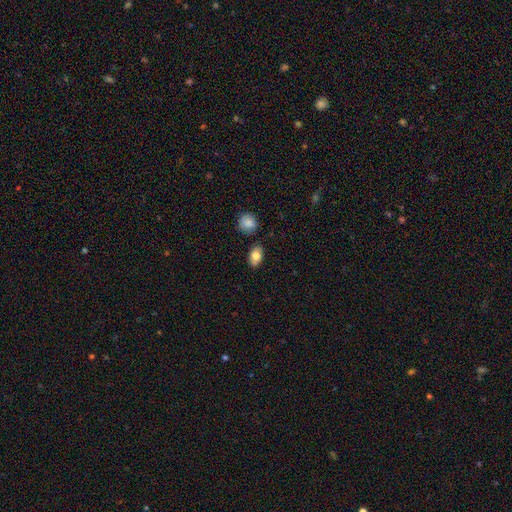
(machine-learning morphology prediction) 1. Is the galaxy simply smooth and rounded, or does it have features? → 80% smooth, 12% featured or disk, 8% star or artifact.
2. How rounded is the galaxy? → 87% in between, 10% round, 2% cigar-shaped.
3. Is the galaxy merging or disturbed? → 80% none, 14% minor disturbance, 4% merger, 3% major disturbance.